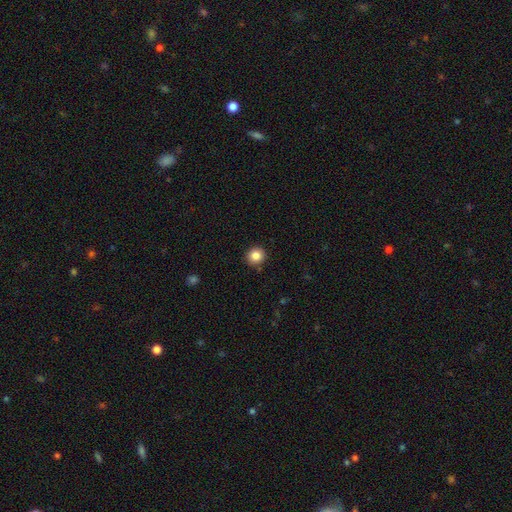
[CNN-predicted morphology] Smooth or featured? Predicted: smooth (p=0.85). How rounded? Predicted: round (p=0.92). Merging? Predicted: none (p=0.90).